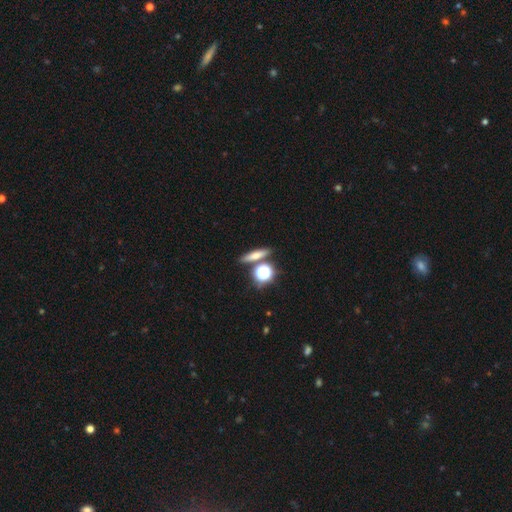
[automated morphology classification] Q: Smooth or featured?
A: smooth (54%); runner-up: featured or disk (28%)
Q: How rounded?
A: cigar-shaped (54%); runner-up: in between (26%)
Q: Merging?
A: none (78%); runner-up: merger (11%)